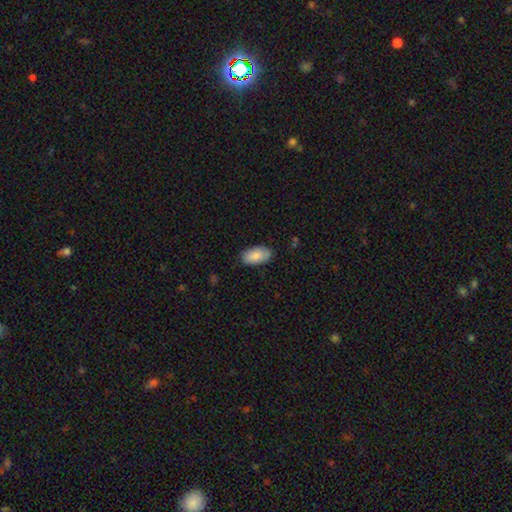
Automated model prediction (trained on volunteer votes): Q: Smooth or featured?
A: smooth (85%); runner-up: featured or disk (9%)
Q: How rounded?
A: in between (95%); runner-up: round (3%)
Q: Merging?
A: none (84%); runner-up: minor disturbance (13%)